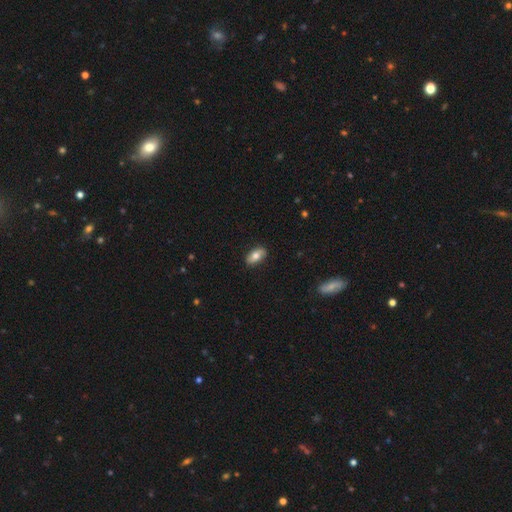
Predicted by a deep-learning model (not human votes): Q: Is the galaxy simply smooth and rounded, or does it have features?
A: smooth — 73%.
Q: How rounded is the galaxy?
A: in between — 91%.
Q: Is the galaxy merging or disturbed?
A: none — 87%.